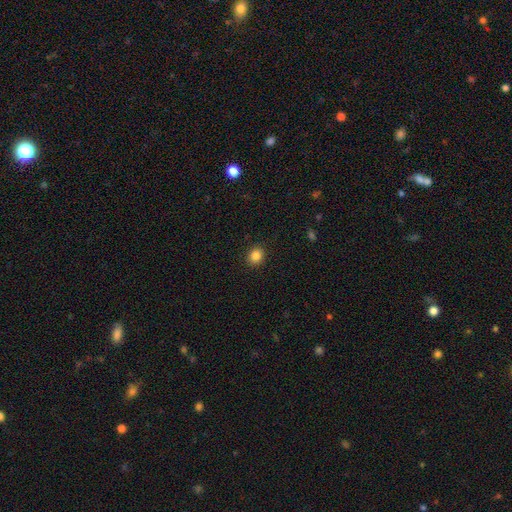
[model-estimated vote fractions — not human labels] The model was most divided on "how rounded": round: 71%, in between: 28%, cigar-shaped: 1%. More confident: merging — none (91%); smooth or featured — smooth (85%).